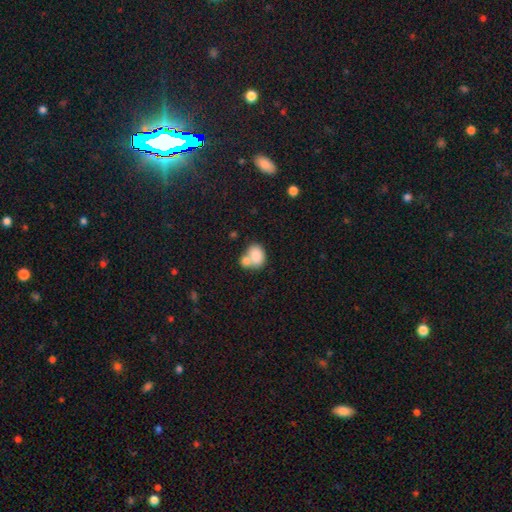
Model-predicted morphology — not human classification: This is clearly a smooth galaxy (82%). How rounded: likely in between (63%). Merging: possibly merger (57%).